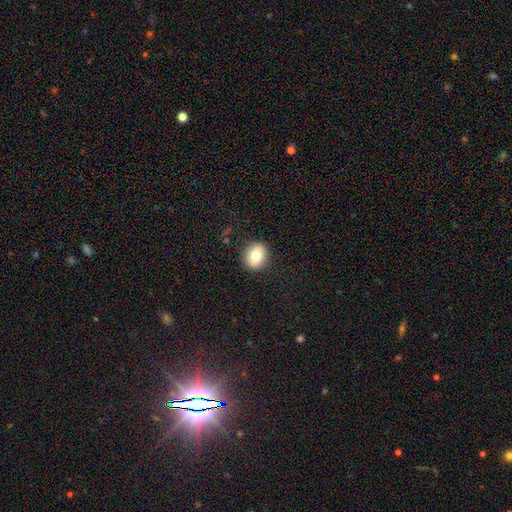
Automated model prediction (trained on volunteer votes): Smooth or featured?
  - smooth: 78% *
  - featured or disk: 13%
  - star or artifact: 9%
How rounded?
  - round: 73% *
  - in between: 26%
  - cigar-shaped: 1%
Merging?
  - none: 89% *
  - minor disturbance: 8%
  - major disturbance: 2%
  - merger: 1%